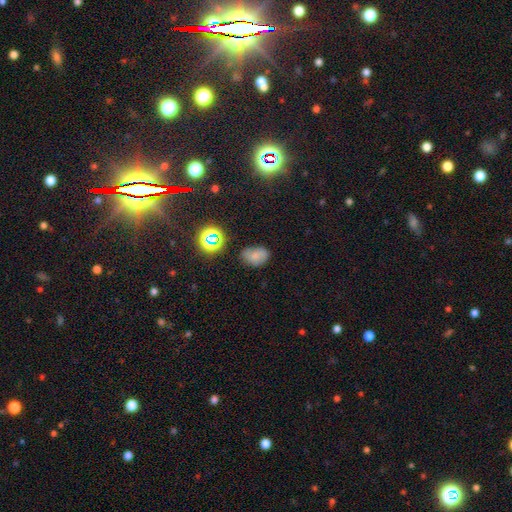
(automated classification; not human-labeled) smooth_or_featured: smooth (p=0.67) [alt: star or artifact p=0.18]
how_rounded: in between (p=0.74) [alt: round p=0.25]
merging: none (p=0.68) [alt: minor disturbance p=0.23]